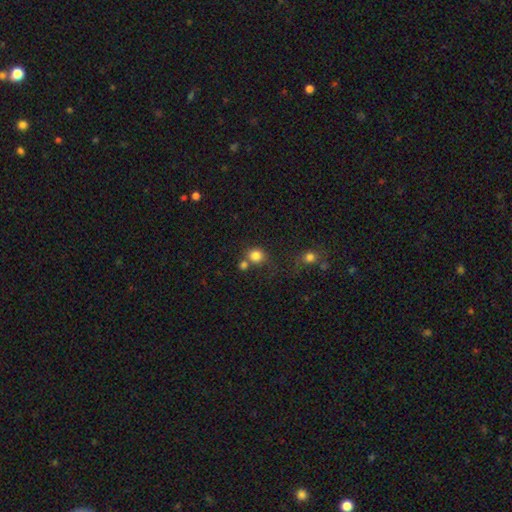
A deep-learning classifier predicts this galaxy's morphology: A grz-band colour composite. It shows a smooth galaxy with no disk features (82%) that is round (83%). Merging: none (56%).